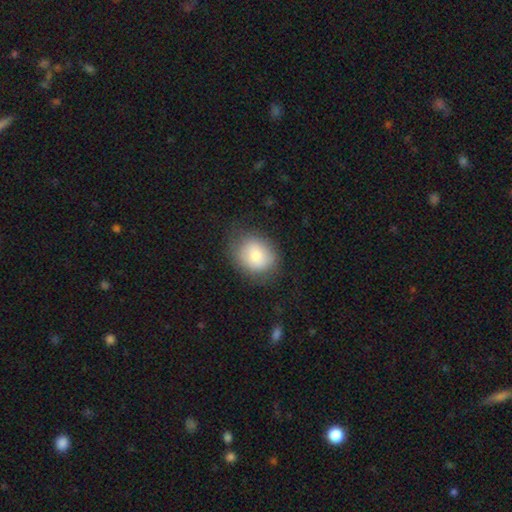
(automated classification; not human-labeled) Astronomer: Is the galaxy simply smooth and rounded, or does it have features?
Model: smooth — 77%.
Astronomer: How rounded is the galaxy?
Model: round — 62%.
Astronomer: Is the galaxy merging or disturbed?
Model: none — 71%.